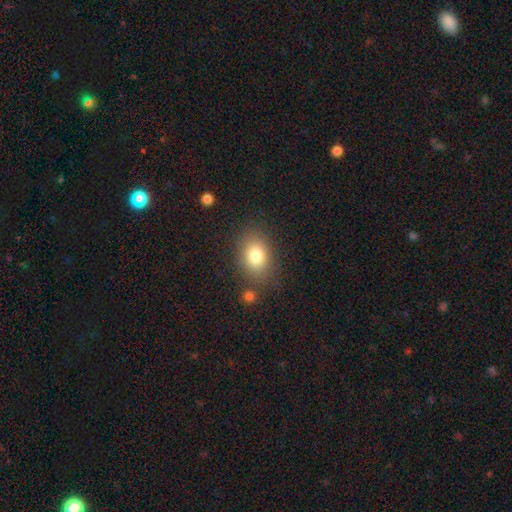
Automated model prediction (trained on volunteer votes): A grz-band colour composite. It shows a smooth galaxy with no disk features (81%) that is in between round and cigar-shaped (73%). Merging: none (78%).